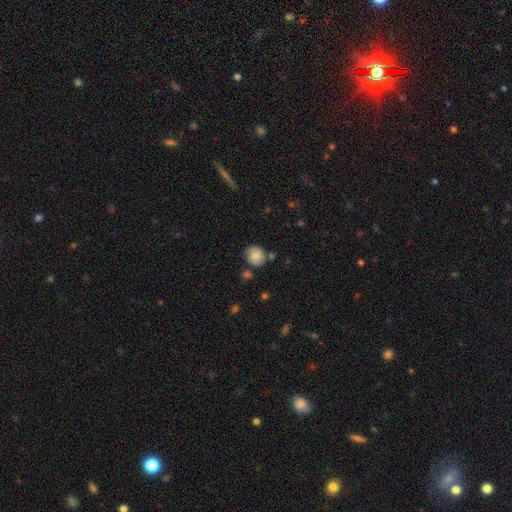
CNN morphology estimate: Smooth or featured: smooth — 82% (featured or disk — 10%)
How rounded: round — 72% (in between — 27%)
Merging: none — 72% (minor disturbance — 16%)